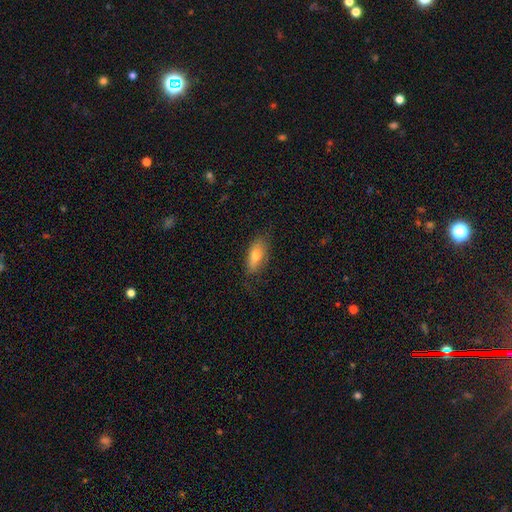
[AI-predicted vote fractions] Smooth or featured: smooth — 71% (featured or disk — 22%)
How rounded: in between — 79% (cigar-shaped — 17%)
Merging: none — 70% (minor disturbance — 22%)